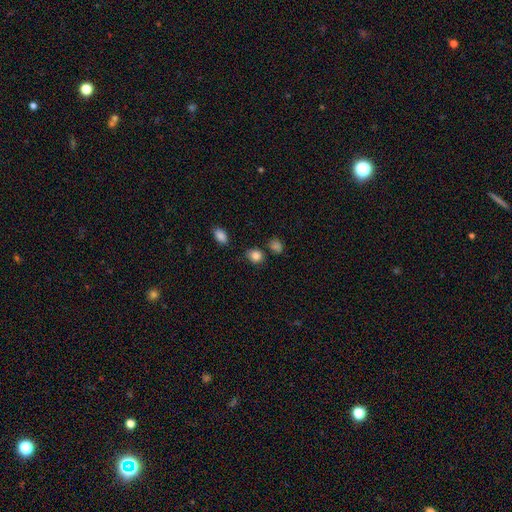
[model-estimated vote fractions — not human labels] Q: Smooth or featured?
A: smooth (85%); runner-up: star or artifact (11%)
Q: How rounded?
A: round (62%); runner-up: in between (36%)
Q: Merging?
A: none (71%); runner-up: minor disturbance (17%)